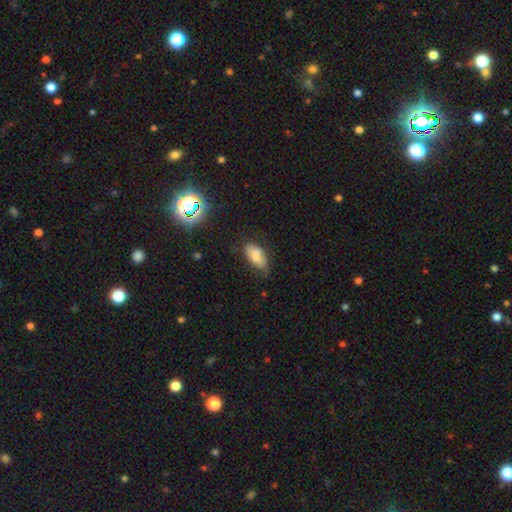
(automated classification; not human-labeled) This is likely a smooth galaxy (69%). How rounded: clearly in between (87%). Merging: possibly none (53%).